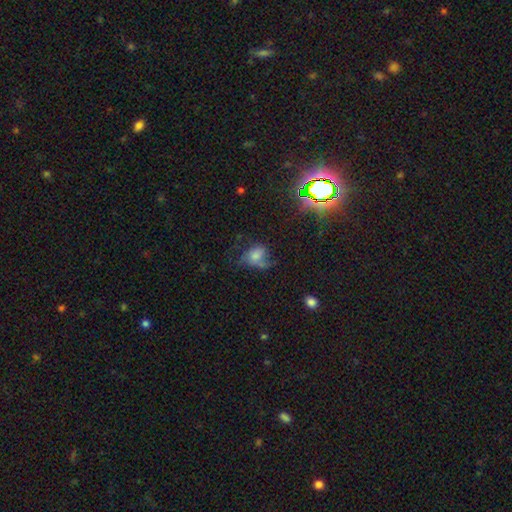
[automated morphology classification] Q: Smooth or featured?
A: smooth (51%); runner-up: featured or disk (31%)
Q: How rounded?
A: in between (60%); runner-up: round (39%)
Q: Merging?
A: major disturbance (34%); tied with: none (34%)